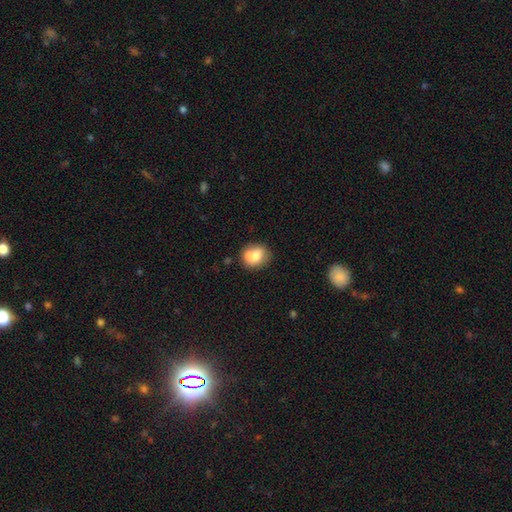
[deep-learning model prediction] Smooth or featured?
  - smooth: 71% *
  - featured or disk: 21%
  - star or artifact: 9%
How rounded?
  - round: 66% *
  - in between: 33%
  - cigar-shaped: 1%
Merging?
  - none: 42% * (tied)
  - merger: 42% * (tied)
  - minor disturbance: 12%
  - major disturbance: 4%